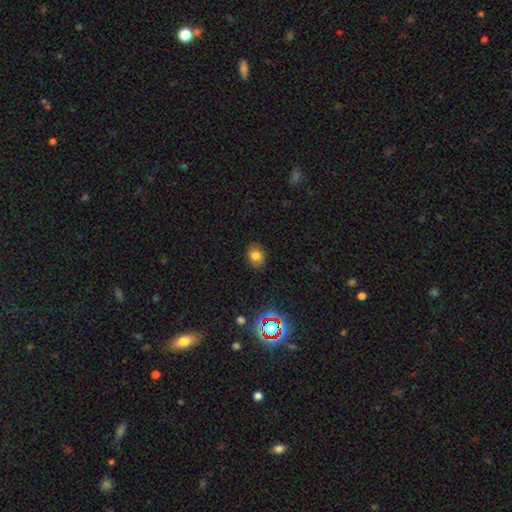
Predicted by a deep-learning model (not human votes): Smooth or featured? Predicted: smooth (p=0.77). How rounded? Predicted: in between (p=0.55). Merging? Predicted: none (p=0.86).